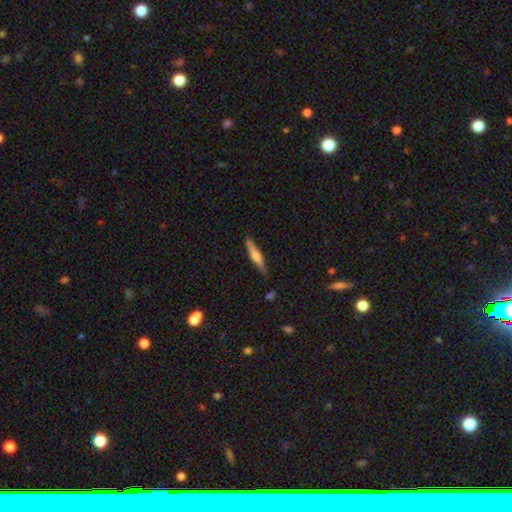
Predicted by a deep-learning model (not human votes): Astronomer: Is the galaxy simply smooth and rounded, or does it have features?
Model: smooth — 50% (runner-up: featured or disk, 44%).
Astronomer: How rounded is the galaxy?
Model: cigar-shaped — 86%.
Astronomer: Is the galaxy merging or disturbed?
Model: none — 78%.